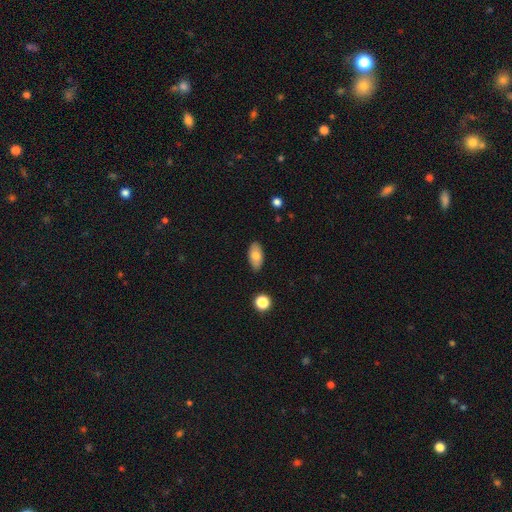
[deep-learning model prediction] smooth 76%, featured or disk 17%, star or artifact 7%. Down the decision tree: how rounded — in between (91%); merging — none (84%).